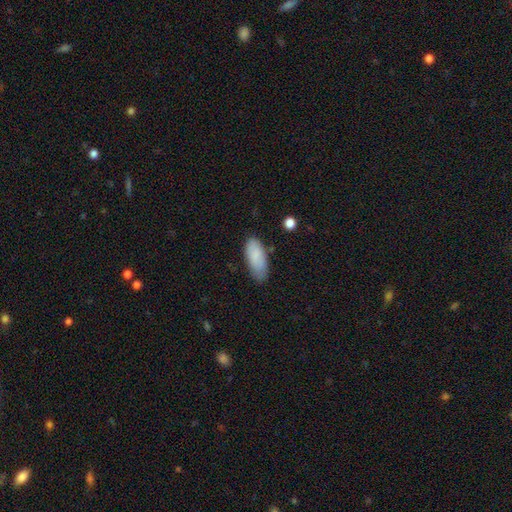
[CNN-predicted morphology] A smooth galaxy with no disk features (86%) that is in between round and cigar-shaped (85%).

Vote fractions:
- Smooth or featured? smooth: 86% / featured or disk: 8% / star or artifact: 6%
- How rounded? in between: 85% / cigar-shaped: 13% / round: 2%
- Merging? none: 66% / minor disturbance: 26% / major disturbance: 5% / merger: 2%